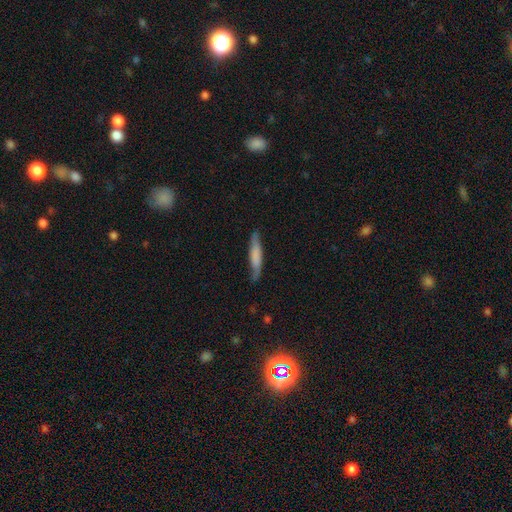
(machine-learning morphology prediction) smooth_or_featured: smooth (p=0.60) [alt: featured or disk p=0.34]
how_rounded: cigar-shaped (p=0.87) [alt: in between p=0.12]
merging: none (p=0.73) [alt: minor disturbance p=0.21]